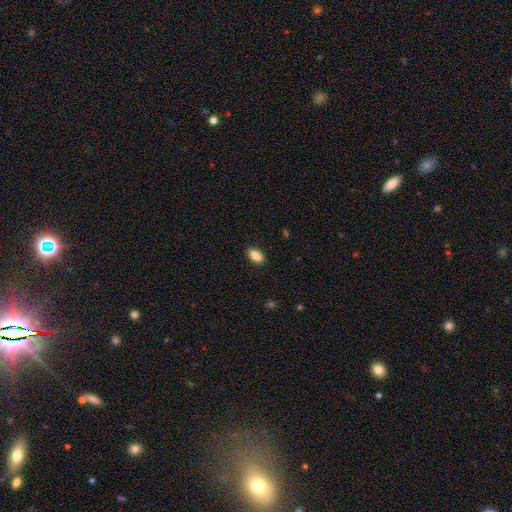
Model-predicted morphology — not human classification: The model was most divided on "merging": none: 89%, minor disturbance: 8%, major disturbance: 2%, merger: 1%. More confident: how rounded — in between (91%); smooth or featured — smooth (88%).